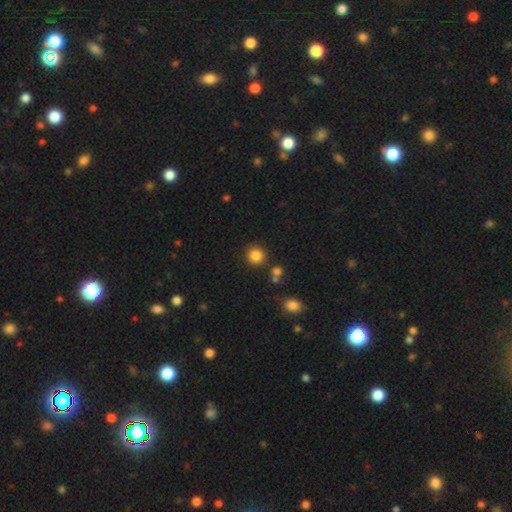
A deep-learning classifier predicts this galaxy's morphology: Q: Smooth or featured?
A: smooth (85%); runner-up: star or artifact (11%)
Q: How rounded?
A: round (90%); runner-up: in between (9%)
Q: Merging?
A: none (85%); runner-up: minor disturbance (7%)